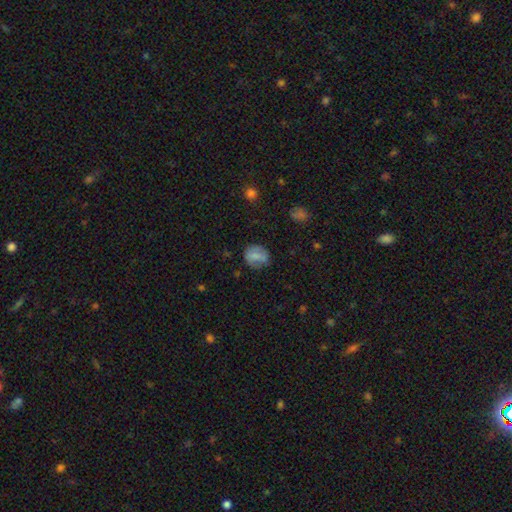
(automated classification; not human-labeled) A smooth galaxy with no disk features (75%) that is round (69%). Merging: none (68%).